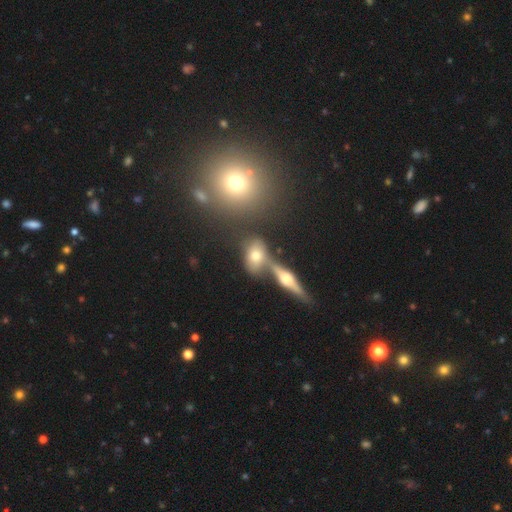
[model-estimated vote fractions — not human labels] Smooth or featured? Predicted: smooth (p=0.57). How rounded? Predicted: in between (p=0.74). Merging? Predicted: none (p=0.50).